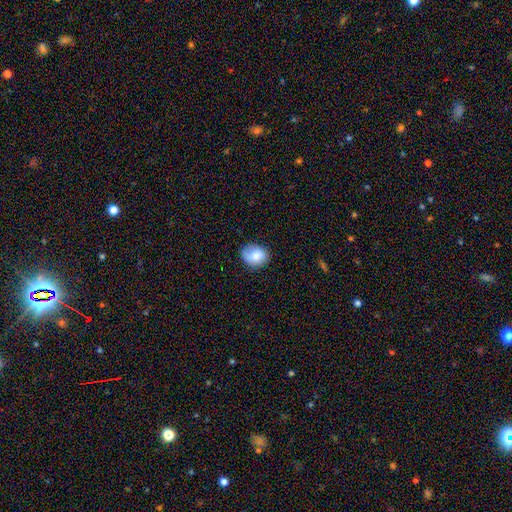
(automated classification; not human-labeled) Smooth or featured? smooth (75%)
How rounded? round (50%)
Merging? none (66%)